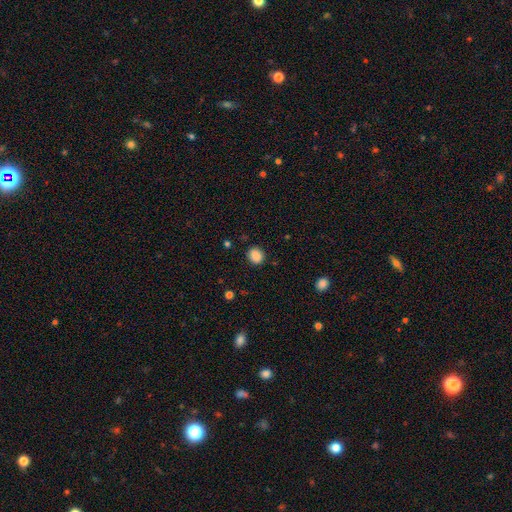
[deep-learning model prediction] Smooth or featured: smooth — 87% (star or artifact — 9%)
How rounded: round — 62% (in between — 37%)
Merging: none — 86% (minor disturbance — 10%)